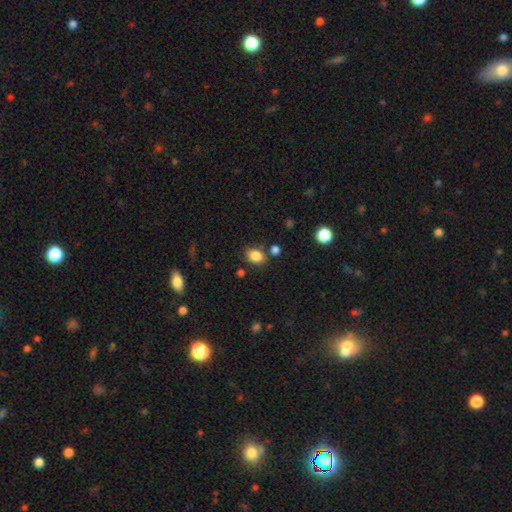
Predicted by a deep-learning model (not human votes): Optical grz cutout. It shows a smooth galaxy with no disk features (85%) that is in between round and cigar-shaped (63%). Merging: none (75%).